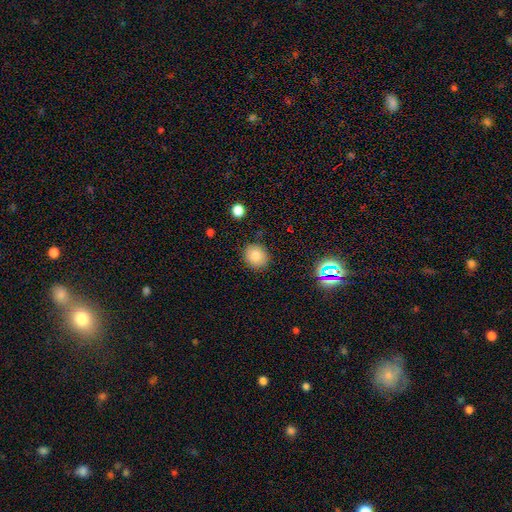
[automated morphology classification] smooth_or_featured: smooth (p=0.79) [alt: star or artifact p=0.12]
how_rounded: round (p=0.74) [alt: in between p=0.25]
merging: none (p=0.86) [alt: minor disturbance p=0.10]